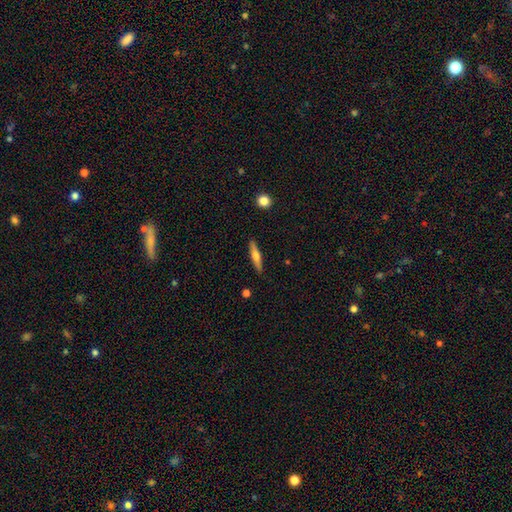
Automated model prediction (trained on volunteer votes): Overall: smooth (47%, tied with featured or disk). Merging: none (89%).